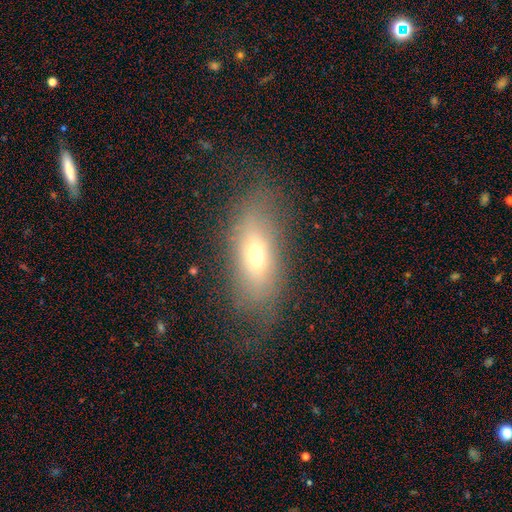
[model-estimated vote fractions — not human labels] Overall: smooth (57%; featured or disk 31%). How rounded: in between (76%). Merging: none (68%).